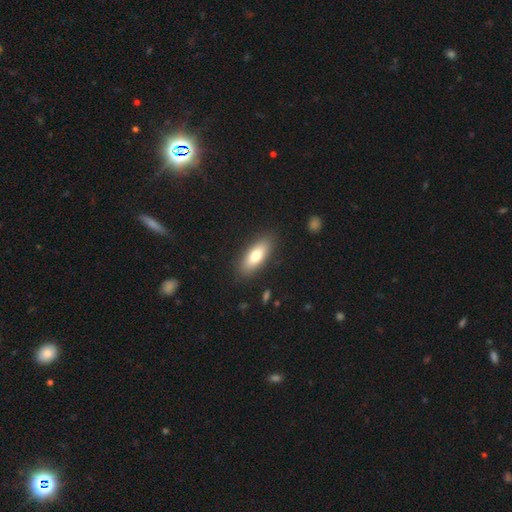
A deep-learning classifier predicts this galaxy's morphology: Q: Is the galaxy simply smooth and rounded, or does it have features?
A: smooth — 76%.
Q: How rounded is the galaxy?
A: in between — 72%.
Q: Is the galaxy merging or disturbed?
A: none — 86%.